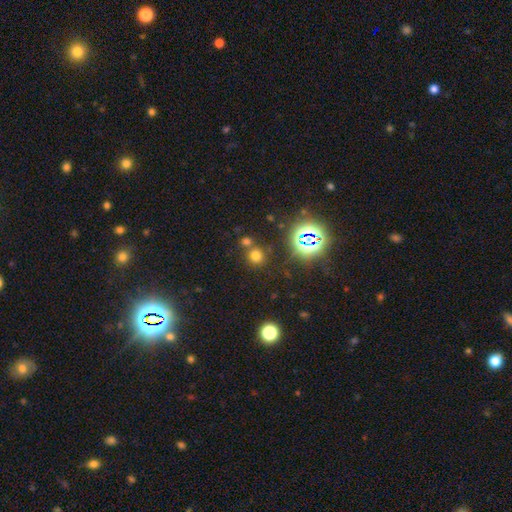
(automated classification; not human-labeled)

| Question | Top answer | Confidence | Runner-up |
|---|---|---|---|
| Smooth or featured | smooth | 64% | star or artifact (29%) |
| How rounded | round | 90% | in between (9%) |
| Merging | none | 70% | merger (19%) |